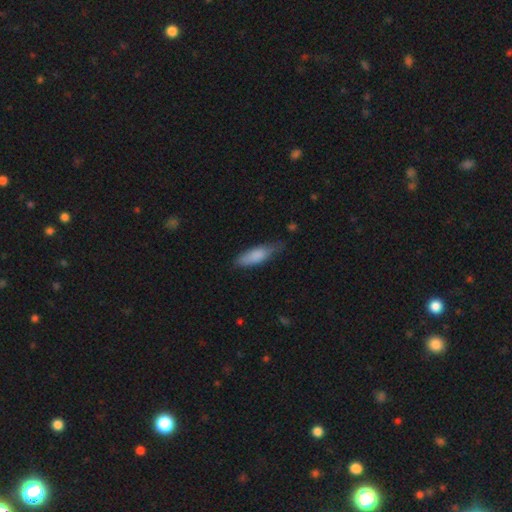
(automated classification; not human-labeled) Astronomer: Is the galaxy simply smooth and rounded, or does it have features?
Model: smooth — 82%.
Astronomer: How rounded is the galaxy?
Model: in between — 55% (runner-up: cigar-shaped, 43%).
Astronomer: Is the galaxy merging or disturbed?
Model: none — 64%.